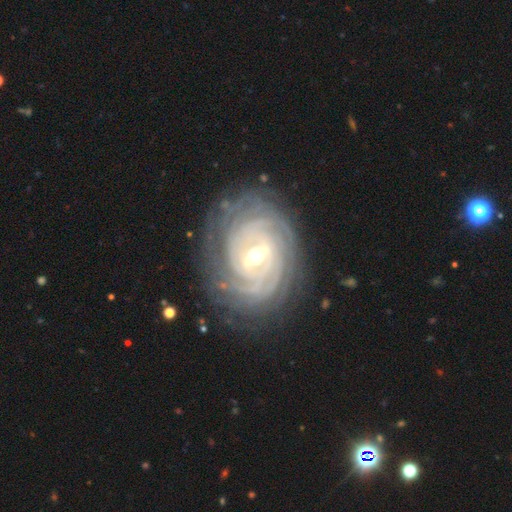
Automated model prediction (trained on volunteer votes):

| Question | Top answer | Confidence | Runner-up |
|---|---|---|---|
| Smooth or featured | featured or disk | 91% | star or artifact (5%) |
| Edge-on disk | no | 96% | yes (4%) |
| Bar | strong | 48% | weak (41%) |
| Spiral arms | yes | 97% | no (3%) |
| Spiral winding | tight | 85% | medium (12%) |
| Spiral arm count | can't tell | 27% | 4 (22%) |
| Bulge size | moderate | 59% | small (36%) |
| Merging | none | 80% | minor disturbance (14%) |